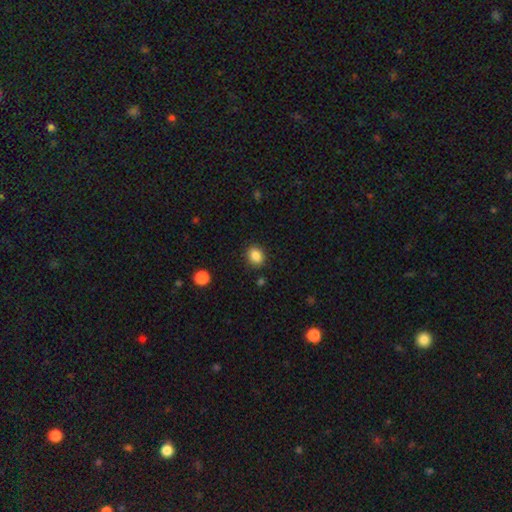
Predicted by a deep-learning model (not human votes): Overall: smooth (87%). How rounded: round (51%; in between 48%). Merging: none (87%).